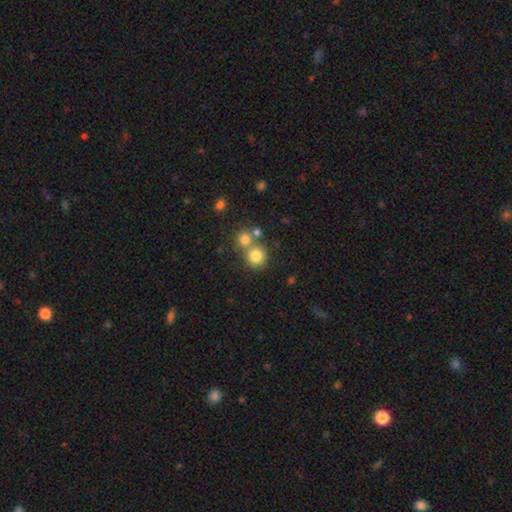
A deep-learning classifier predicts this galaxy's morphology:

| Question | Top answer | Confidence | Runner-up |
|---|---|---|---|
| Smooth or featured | smooth | 78% | star or artifact (13%) |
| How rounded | round | 90% | in between (9%) |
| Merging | none | 58% | merger (32%) |